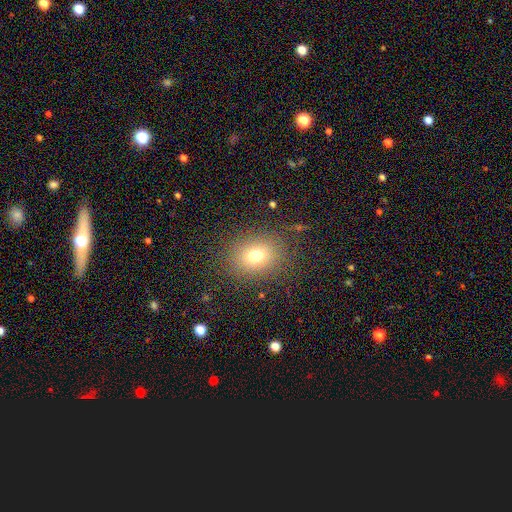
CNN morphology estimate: smooth-or-featured: smooth: 72% | star or artifact: 16% | featured or disk: 12%
  how-rounded: round: 64% | in between: 35% | cigar-shaped: 1%
  merging: none: 83% | minor disturbance: 10% | major disturbance: 6% | merger: 1%